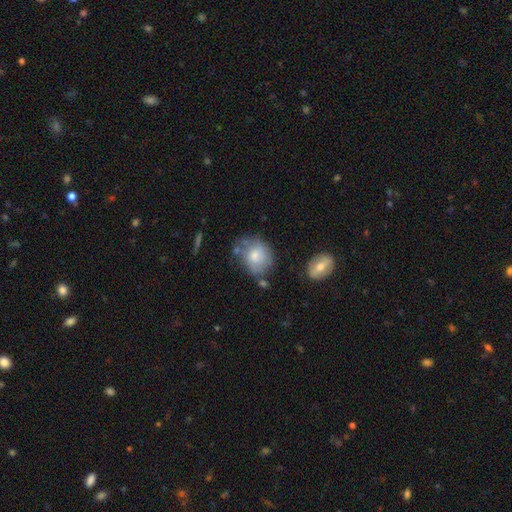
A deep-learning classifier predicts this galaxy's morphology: Smooth or featured?
  - smooth: 65% *
  - featured or disk: 28%
  - star or artifact: 7%
How rounded?
  - round: 60% *
  - in between: 39%
  - cigar-shaped: 1%
Merging?
  - none: 50% *
  - minor disturbance: 29%
  - major disturbance: 12%
  - merger: 10%